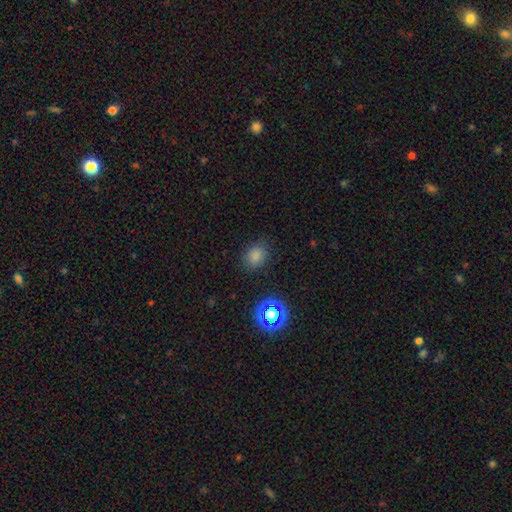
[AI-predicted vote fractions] A smooth galaxy with no disk features (78%) that is in between round and cigar-shaped (51%).

Vote fractions:
- Smooth or featured? smooth: 78% / star or artifact: 17% / featured or disk: 5%
- How rounded? in between: 51% / round: 48% / cigar-shaped: 1%
- Merging? none: 80% / minor disturbance: 14% / major disturbance: 4% / merger: 2%